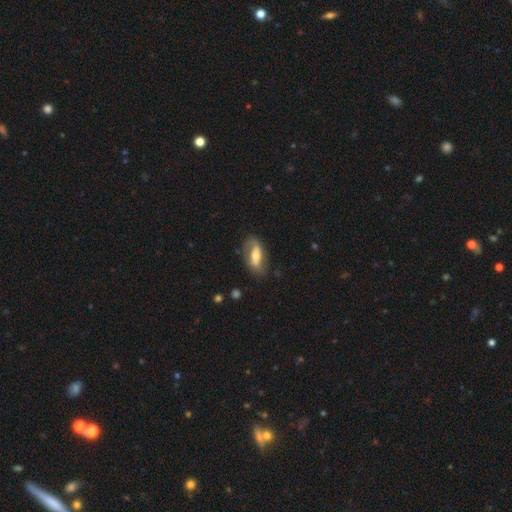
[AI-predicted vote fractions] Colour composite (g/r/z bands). It shows a featured or disk galaxy (59%) with a strong bar (40%), spiral arms (68%) and a moderate central bulge (66%). Merging: none (66%).